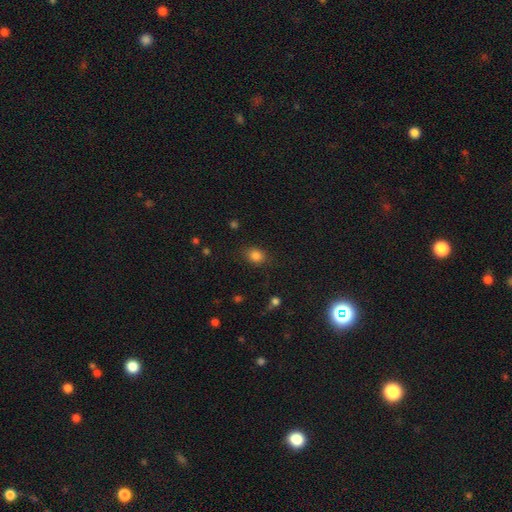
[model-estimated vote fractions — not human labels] A smooth galaxy with no disk features (82%) that is round (54%).

Vote fractions:
- Smooth or featured? smooth: 82% / star or artifact: 13% / featured or disk: 5%
- How rounded? round: 54% / in between: 45% / cigar-shaped: 1%
- Merging? none: 82% / minor disturbance: 12% / major disturbance: 4% / merger: 2%